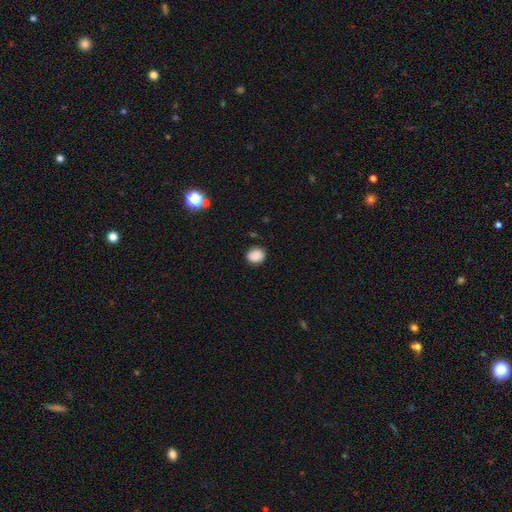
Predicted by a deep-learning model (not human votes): Overall: smooth (88%). How rounded: round (67%; in between 32%). Merging: none (84%).